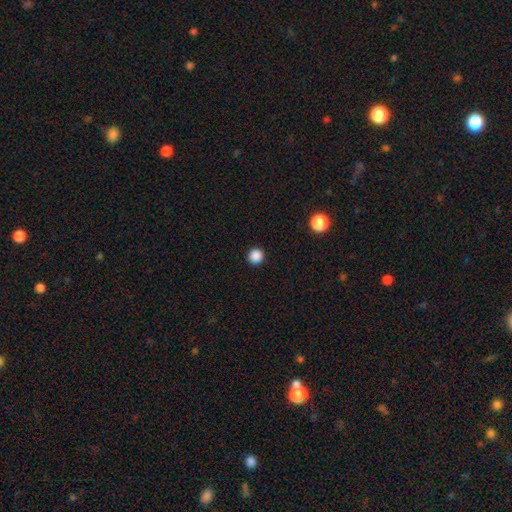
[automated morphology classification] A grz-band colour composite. It shows a smooth galaxy with no disk features (87%) that is round (96%). Merging: none (93%).